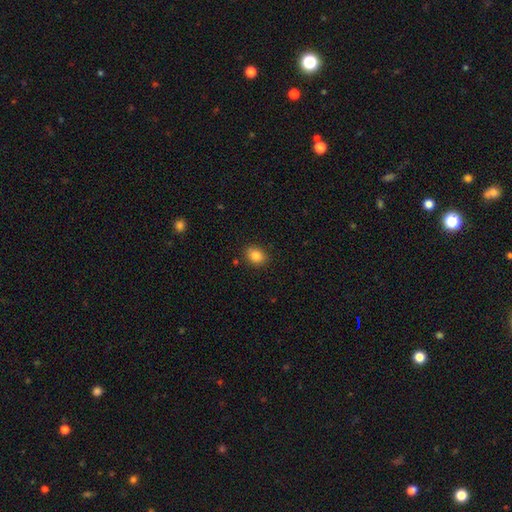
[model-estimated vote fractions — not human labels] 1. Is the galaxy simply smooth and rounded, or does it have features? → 85% smooth, 10% star or artifact, 5% featured or disk.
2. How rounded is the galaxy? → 54% in between, 46% round, 1% cigar-shaped.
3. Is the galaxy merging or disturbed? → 87% none, 9% minor disturbance, 2% major disturbance, 1% merger.